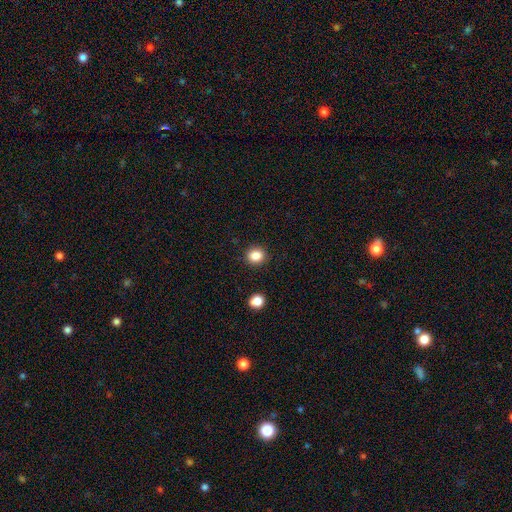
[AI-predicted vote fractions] Morphology: type=smooth (85%); roundness=round (84%); merging=none (90%).